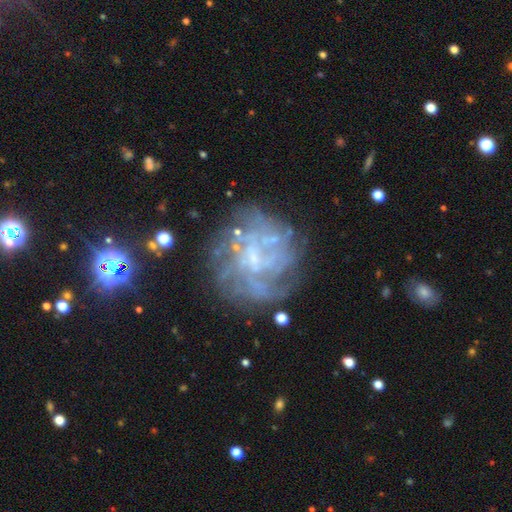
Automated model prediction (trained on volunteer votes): Smooth or featured?
  - featured or disk: 72% *
  - smooth: 14%
  - star or artifact: 13%
Edge-on disk?
  - no: 98% *
  - yes: 2%
Bar?
  - no: 63% *
  - weak: 29%
  - strong: 8%
Spiral arms?
  - yes: 63% *
  - no: 37%
Bulge size?
  - none: 48% *
  - small: 36%
  - moderate: 12%
  - large: 2%
  - dominant: 1%
Merging?
  - none: 66% *
  - minor disturbance: 16%
  - major disturbance: 15%
  - merger: 3%